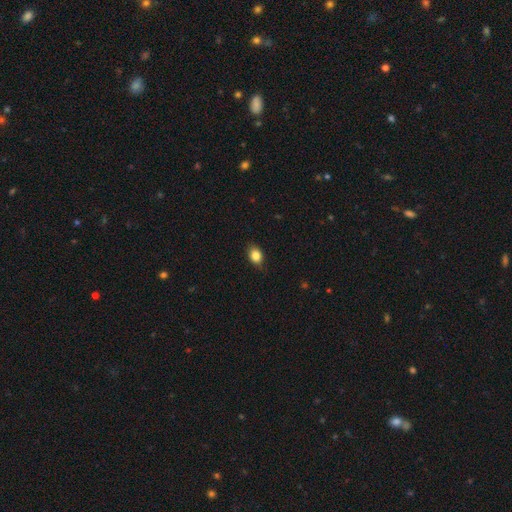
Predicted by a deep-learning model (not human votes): Q: Smooth or featured?
A: smooth (84%); runner-up: star or artifact (9%)
Q: How rounded?
A: in between (64%); runner-up: round (34%)
Q: Merging?
A: none (81%); runner-up: minor disturbance (16%)